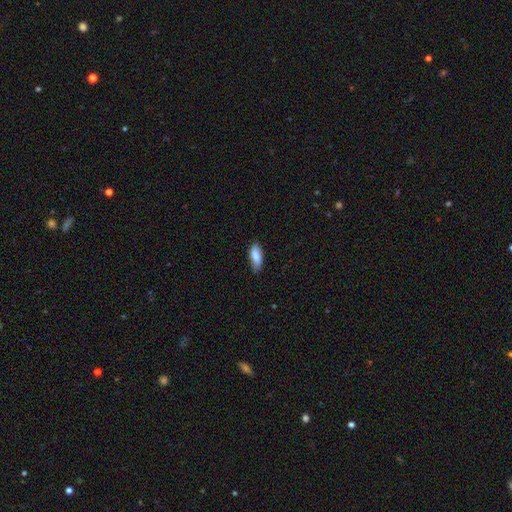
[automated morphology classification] Q: Smooth or featured?
A: smooth (85%); runner-up: featured or disk (8%)
Q: How rounded?
A: in between (79%); runner-up: cigar-shaped (19%)
Q: Merging?
A: none (75%); runner-up: minor disturbance (21%)